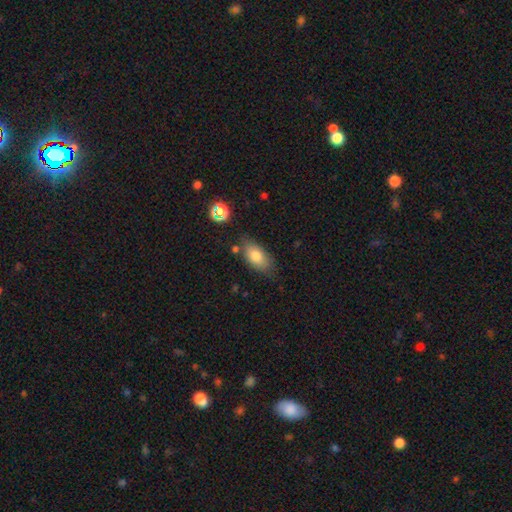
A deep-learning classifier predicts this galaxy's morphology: Q: Smooth or featured?
A: smooth (79%); runner-up: featured or disk (13%)
Q: How rounded?
A: in between (88%); runner-up: cigar-shaped (6%)
Q: Merging?
A: none (70%); runner-up: minor disturbance (20%)